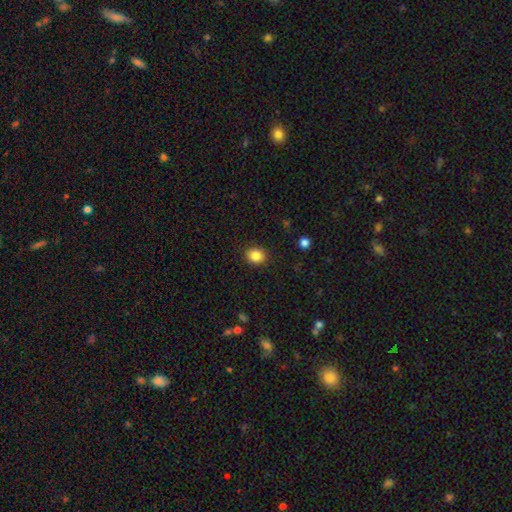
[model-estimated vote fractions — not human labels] smooth 86%, star or artifact 10%, featured or disk 4%. Down the decision tree: how rounded — round (70%); merging — none (89%).